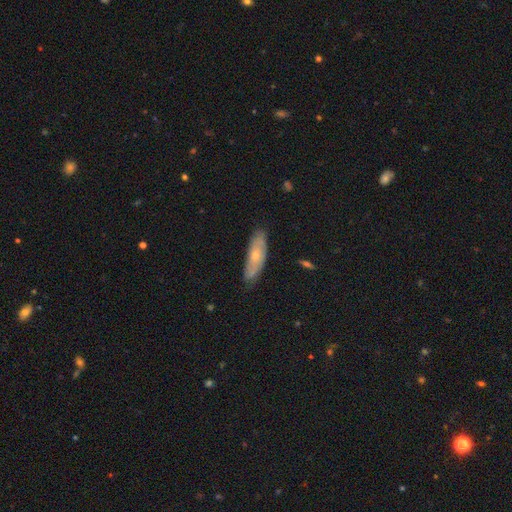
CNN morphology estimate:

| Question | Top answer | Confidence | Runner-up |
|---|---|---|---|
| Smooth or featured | featured or disk | 48% | smooth (46%) |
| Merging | none | 77% | minor disturbance (18%) |